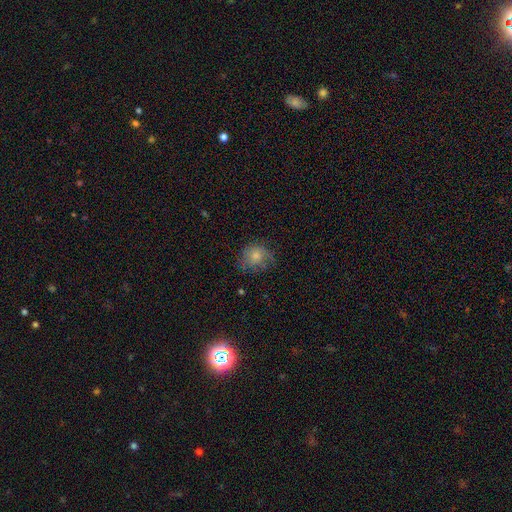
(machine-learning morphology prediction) smooth 55%, featured or disk 27%, star or artifact 18%. Down the decision tree: how rounded — round (75%); merging — none (65%).